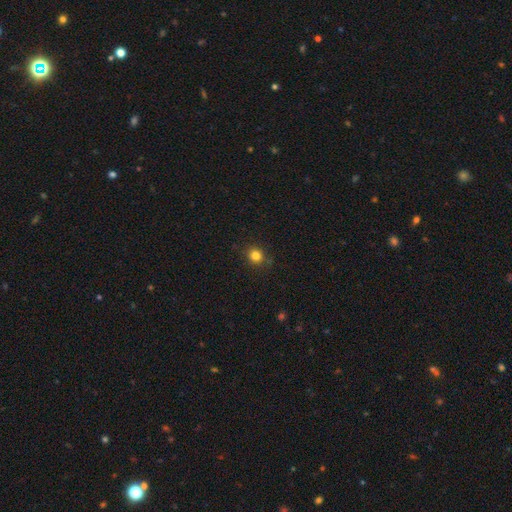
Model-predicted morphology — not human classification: This is clearly a smooth galaxy (82%). How rounded: clearly round (84%). Merging: clearly none (86%).